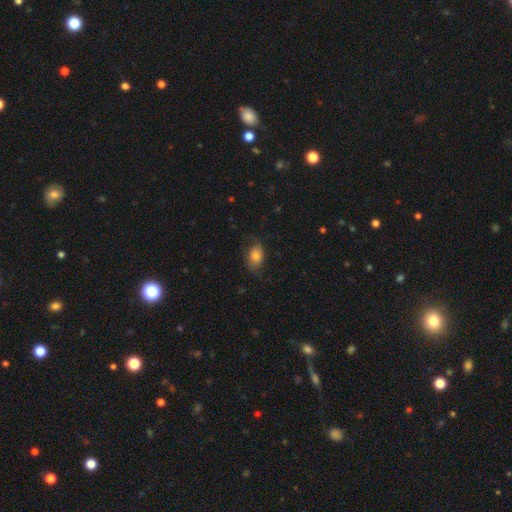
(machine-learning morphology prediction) smooth-or-featured: smooth: 68% | featured or disk: 24% | star or artifact: 8%
  how-rounded: in between: 82% | round: 17% | cigar-shaped: 1%
  merging: none: 63% | minor disturbance: 23% | major disturbance: 12% | merger: 1%